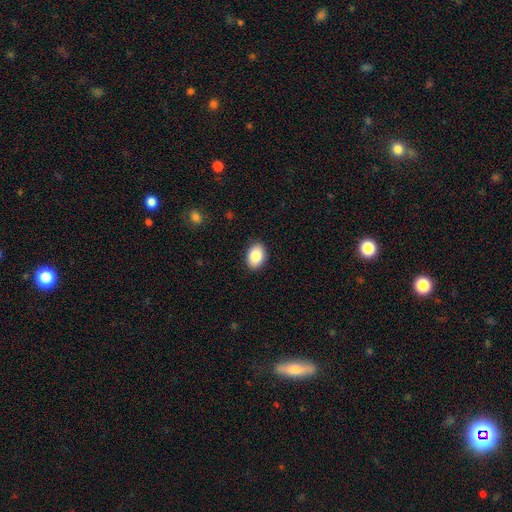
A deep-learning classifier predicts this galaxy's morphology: A smooth galaxy with no disk features (86%) that is in between round and cigar-shaped (81%). Merging: none (89%).